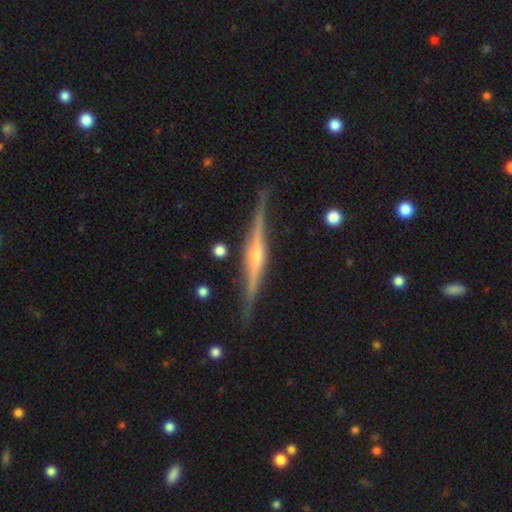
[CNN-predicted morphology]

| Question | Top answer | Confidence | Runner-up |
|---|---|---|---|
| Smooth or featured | featured or disk | 85% | smooth (10%) |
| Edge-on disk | yes | 98% | no (2%) |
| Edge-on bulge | rounded | 75% | none (12%) |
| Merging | none | 86% | minor disturbance (10%) |